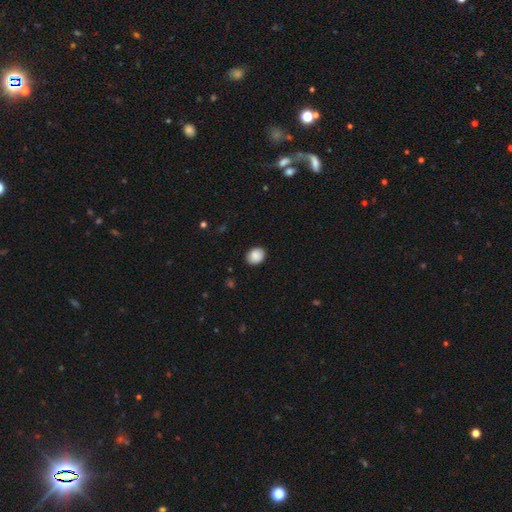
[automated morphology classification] smooth 89%, star or artifact 7%, featured or disk 4%. Down the decision tree: how rounded — in between (53%); merging — none (88%).